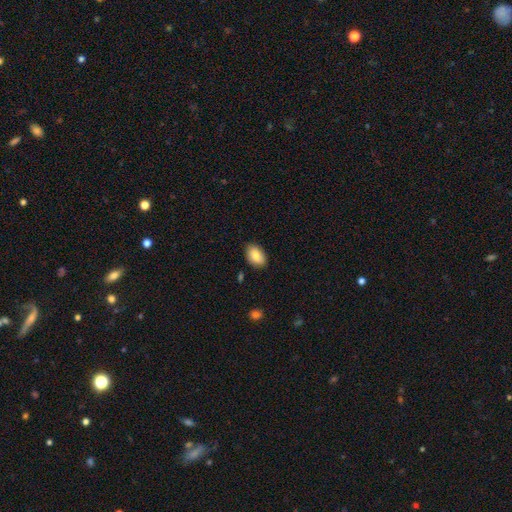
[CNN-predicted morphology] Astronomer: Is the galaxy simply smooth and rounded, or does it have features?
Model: smooth — 84%.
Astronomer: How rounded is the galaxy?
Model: in between — 89%.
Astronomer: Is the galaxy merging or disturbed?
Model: none — 85%.